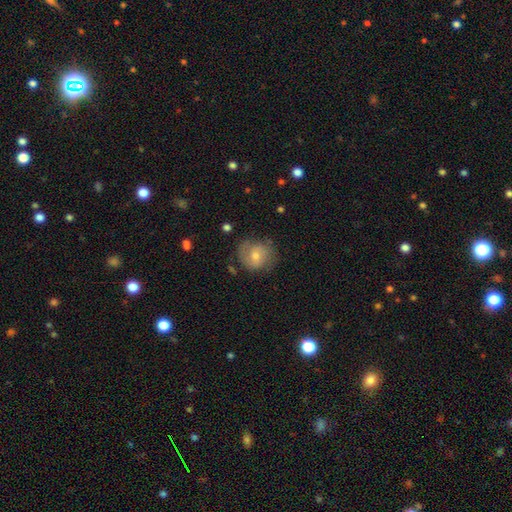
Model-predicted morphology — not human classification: This appears to be a smooth galaxy with no disk features (47%). Merging: none (69%).